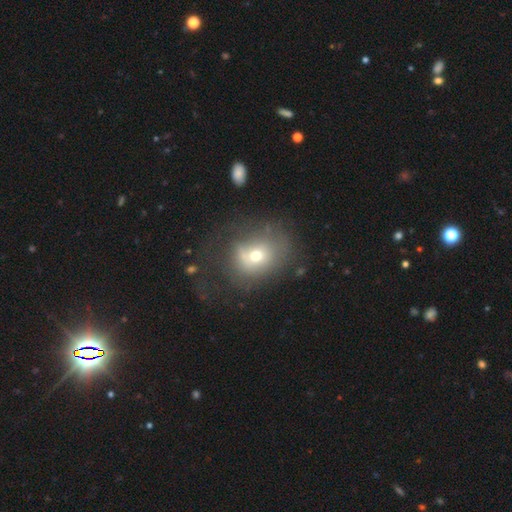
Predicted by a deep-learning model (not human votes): smooth-or-featured: smooth: 59% | featured or disk: 26% | star or artifact: 15%
  how-rounded: round: 64% | in between: 35% | cigar-shaped: 1%
  merging: none: 43% | major disturbance: 30% | minor disturbance: 24% | merger: 4%